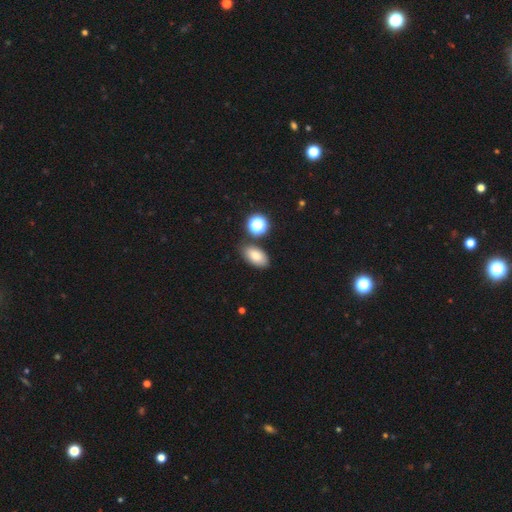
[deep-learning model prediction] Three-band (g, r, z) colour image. It shows a smooth galaxy with no disk features (79%) that is in between round and cigar-shaped (92%). Merging: none (79%).